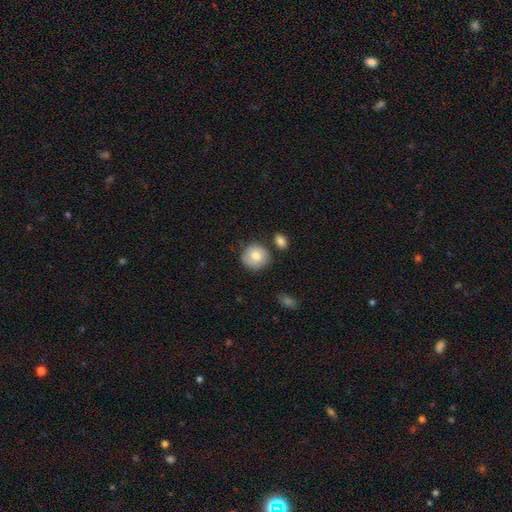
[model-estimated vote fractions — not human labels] smooth-or-featured: smooth: 79% | featured or disk: 15% | star or artifact: 7%
  how-rounded: round: 87% | in between: 12% | cigar-shaped: 1%
  merging: none: 72% | minor disturbance: 18% | merger: 6% | major disturbance: 4%